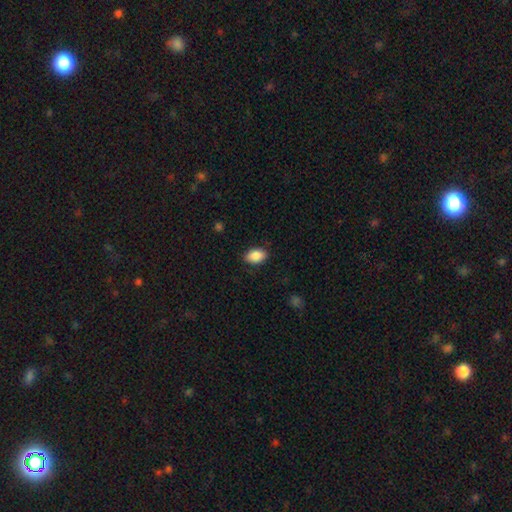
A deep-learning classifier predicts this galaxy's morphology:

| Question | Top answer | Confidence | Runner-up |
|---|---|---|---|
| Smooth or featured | smooth | 89% | star or artifact (7%) |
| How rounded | in between | 89% | round (10%) |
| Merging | none | 86% | minor disturbance (11%) |